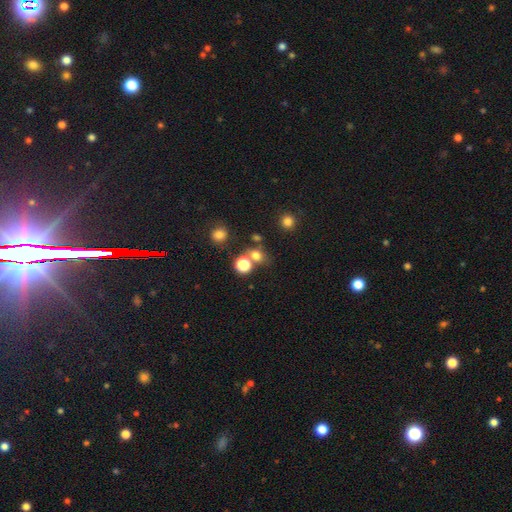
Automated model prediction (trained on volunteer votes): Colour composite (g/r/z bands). It shows a smooth galaxy with no disk features (73%) that is round (66%). Merging: none (58%).